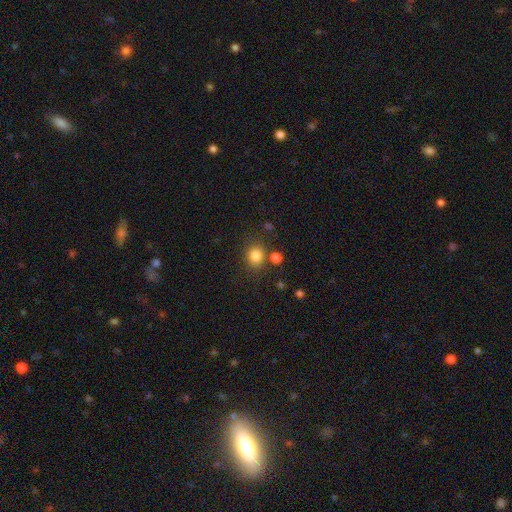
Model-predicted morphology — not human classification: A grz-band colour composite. It shows a smooth galaxy with no disk features (83%) that is round (72%). Merging: none (75%).